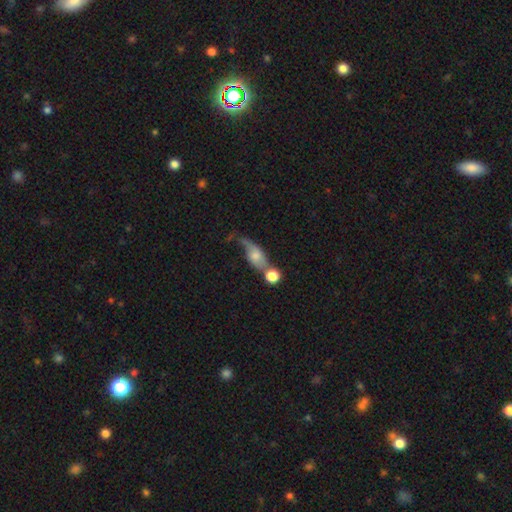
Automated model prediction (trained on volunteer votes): Q: Smooth or featured?
A: smooth (47%); runner-up: featured or disk (44%)
Q: Merging?
A: merger (41%); runner-up: none (26%)